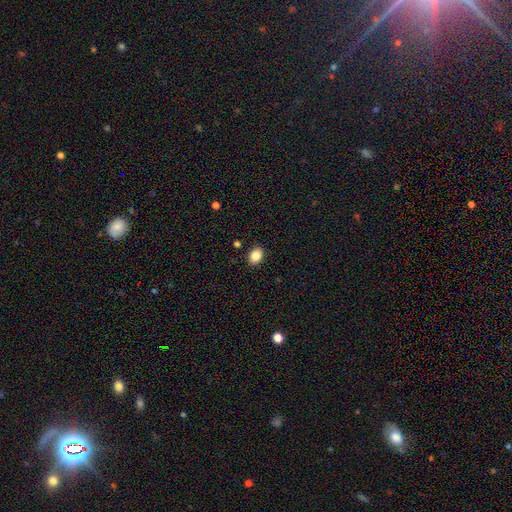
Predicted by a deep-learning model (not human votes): Smooth or featured: smooth — 87% (star or artifact — 9%)
How rounded: in between — 65% (round — 34%)
Merging: none — 89% (minor disturbance — 7%)